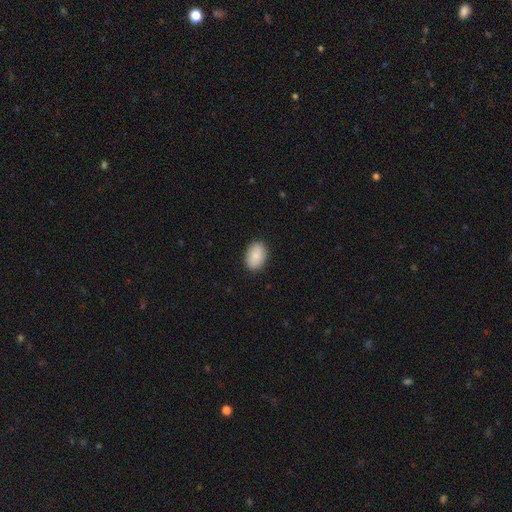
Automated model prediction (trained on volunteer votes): Morphology: type=smooth (89%); roundness=in between (86%); merging=none (89%).